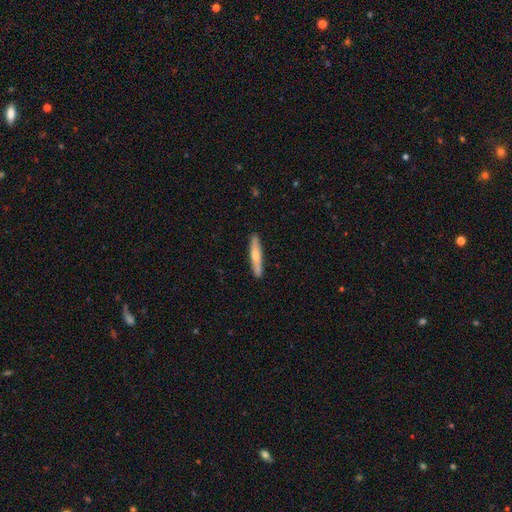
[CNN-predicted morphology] Smooth or featured? smooth (62%)
How rounded? cigar-shaped (91%)
Merging? none (89%)